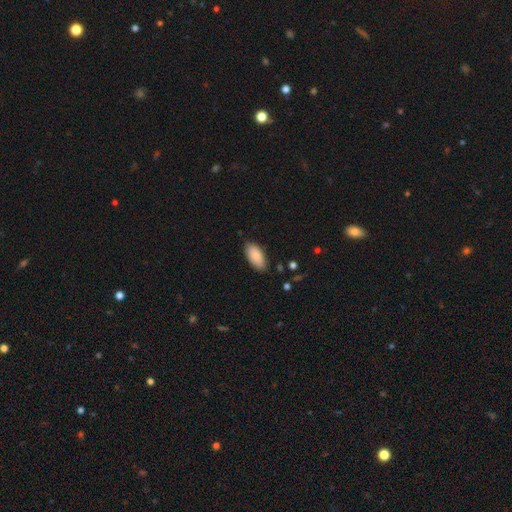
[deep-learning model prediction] This is clearly a smooth galaxy (86%). How rounded: clearly in between (93%). Merging: clearly none (83%).